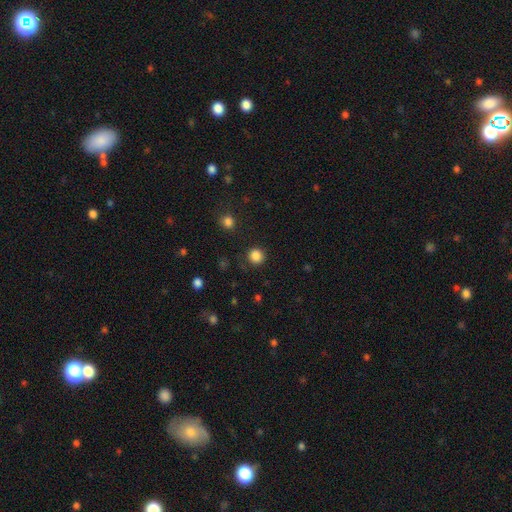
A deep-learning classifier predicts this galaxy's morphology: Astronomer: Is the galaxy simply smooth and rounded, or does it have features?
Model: smooth — 85%.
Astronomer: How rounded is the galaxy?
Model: round — 94%.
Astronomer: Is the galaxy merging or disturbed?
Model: none — 89%.